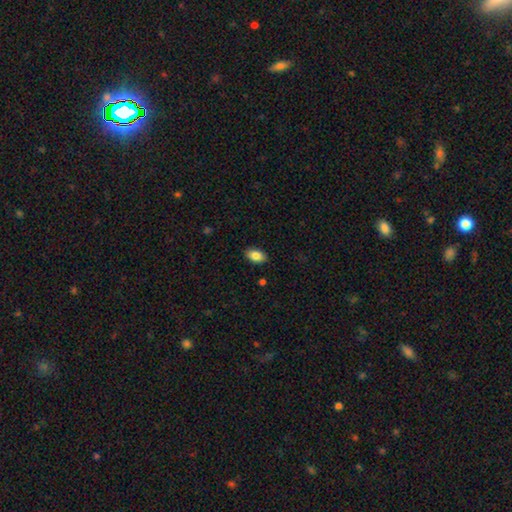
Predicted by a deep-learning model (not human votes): Smooth or featured: smooth — 86% (star or artifact — 8%)
How rounded: in between — 91% (round — 7%)
Merging: none — 89% (minor disturbance — 8%)